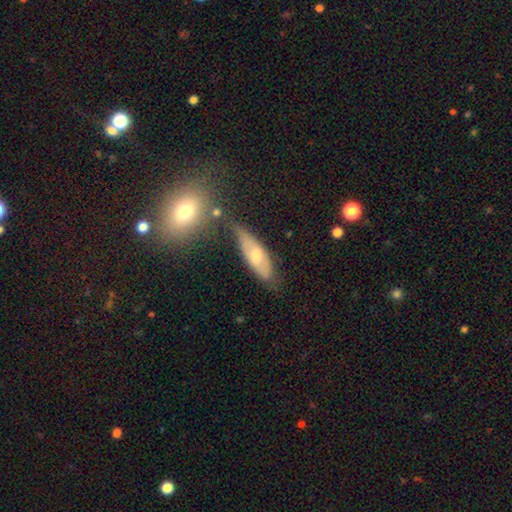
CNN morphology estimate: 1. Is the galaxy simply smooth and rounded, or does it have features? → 55% smooth, 38% featured or disk, 7% star or artifact.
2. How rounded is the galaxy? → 56% in between, 41% cigar-shaped, 3% round.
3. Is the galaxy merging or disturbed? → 55% none, 26% minor disturbance, 9% merger, 9% major disturbance.